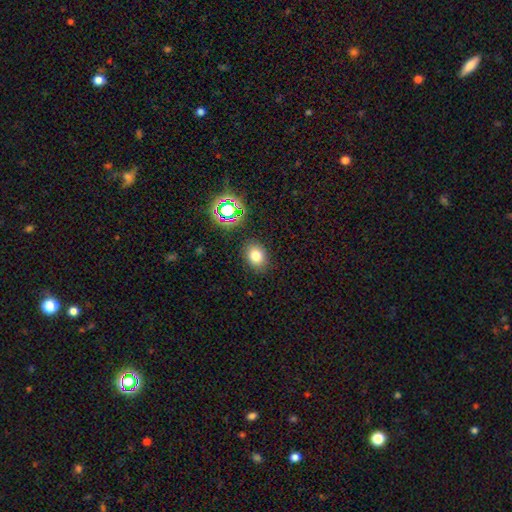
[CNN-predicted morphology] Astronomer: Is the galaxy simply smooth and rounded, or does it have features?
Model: smooth — 77%.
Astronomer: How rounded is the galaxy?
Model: in between — 55% (runner-up: round, 45%).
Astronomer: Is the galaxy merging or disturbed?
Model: none — 86%.